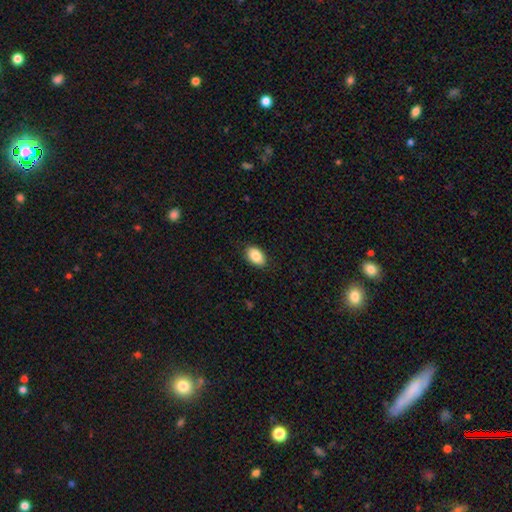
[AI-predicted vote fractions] smooth_or_featured: smooth (p=0.86) [alt: star or artifact p=0.07]
how_rounded: in between (p=0.91) [alt: round p=0.07]
merging: none (p=0.87) [alt: minor disturbance p=0.10]